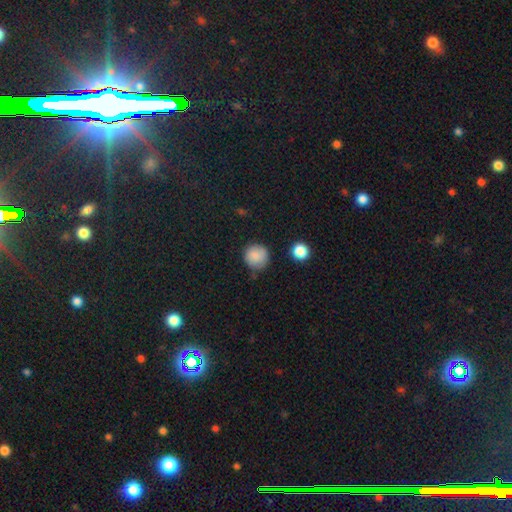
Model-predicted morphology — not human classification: Q: Smooth or featured?
A: smooth (86%); runner-up: star or artifact (9%)
Q: How rounded?
A: round (93%); runner-up: in between (6%)
Q: Merging?
A: none (79%); runner-up: minor disturbance (15%)